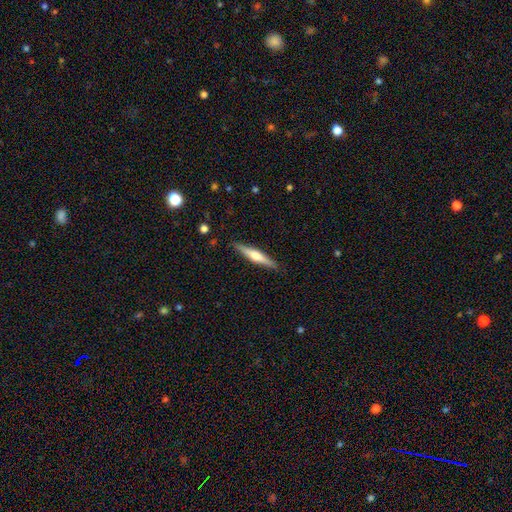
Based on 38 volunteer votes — Smooth or featured? 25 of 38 (66%) said featured or disk. Edge-on disk? 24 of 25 (96%) said yes. Edge-on bulge? 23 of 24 (96%) said rounded. Merging? 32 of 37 (86%) said none.